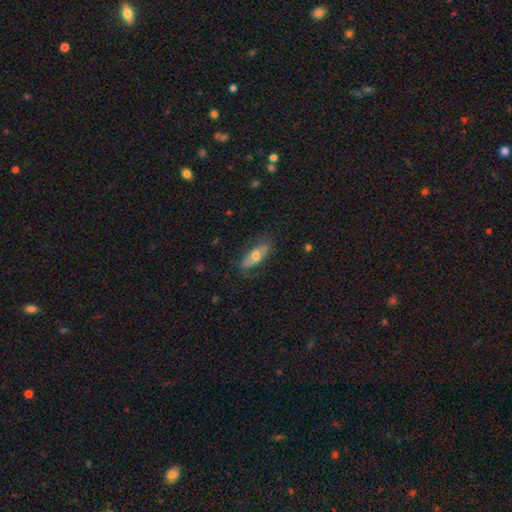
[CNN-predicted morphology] The model was most divided on "smooth or featured": featured or disk: 47%, smooth: 46%, star or artifact: 7%. More confident: merging — none (72%).